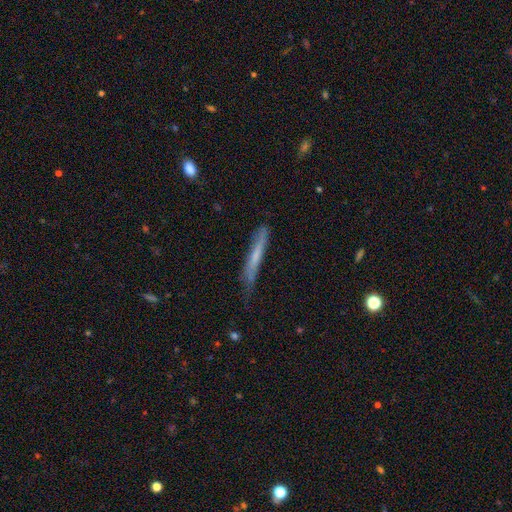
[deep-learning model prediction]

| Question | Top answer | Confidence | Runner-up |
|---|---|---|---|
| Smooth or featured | smooth | 56% | featured or disk (38%) |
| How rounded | cigar-shaped | 95% | in between (3%) |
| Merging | none | 65% | minor disturbance (27%) |